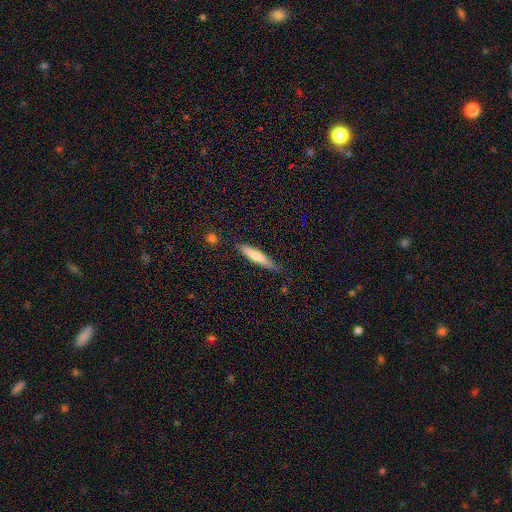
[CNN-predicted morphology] This appears to be a smooth galaxy with no disk features (59%) that is cigar-shaped (89%). Merging: none (81%).